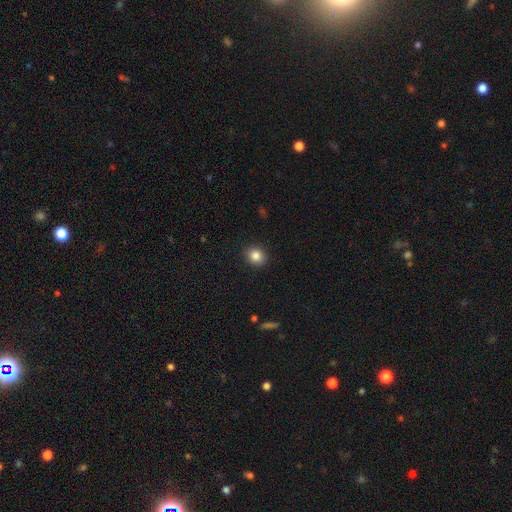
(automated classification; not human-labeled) Q: Smooth or featured?
A: smooth (85%); runner-up: star or artifact (10%)
Q: How rounded?
A: round (79%); runner-up: in between (20%)
Q: Merging?
A: none (91%); runner-up: minor disturbance (6%)